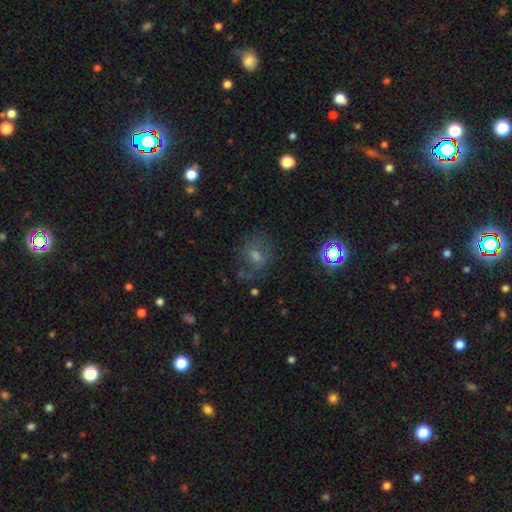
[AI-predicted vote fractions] Smooth or featured: smooth — 39% (featured or disk — 32%)
Merging: none — 68% (minor disturbance — 18%)